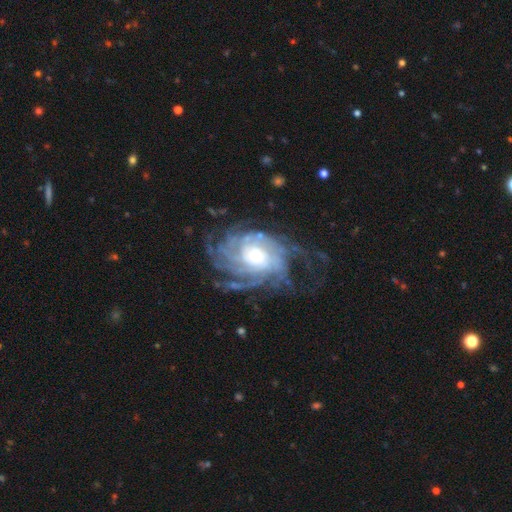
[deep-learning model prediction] Morphology: type=featured or disk (89%); edge-on=no (97%); bar=no (74%); spiral arms=yes (97%); winding=tight (67%); arm count=can't tell (27%); bulge=small (46%); merging=none (64%).